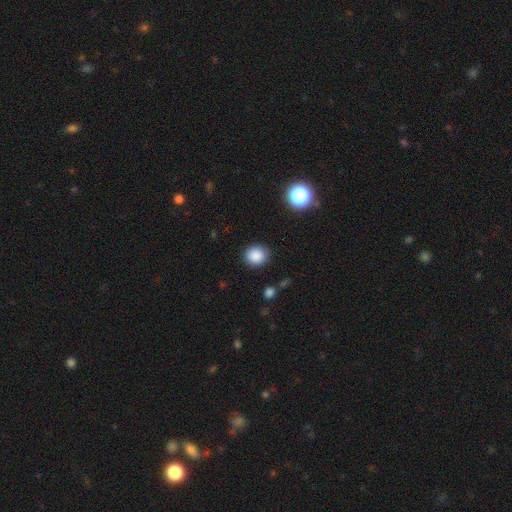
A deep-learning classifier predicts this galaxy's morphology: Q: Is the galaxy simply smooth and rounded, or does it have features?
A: smooth — 87%.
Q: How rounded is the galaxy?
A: round — 76%.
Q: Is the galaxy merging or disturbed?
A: none — 85%.